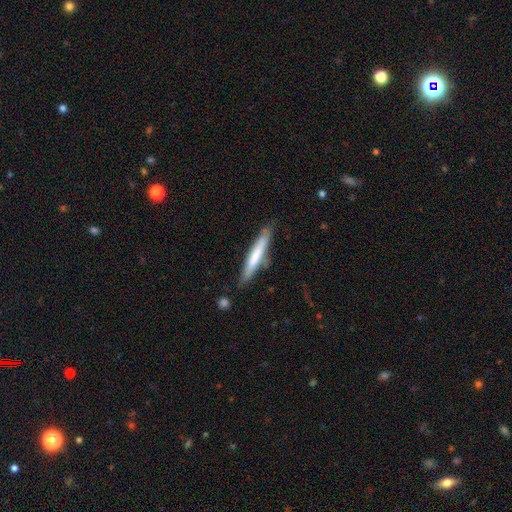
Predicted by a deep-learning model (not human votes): Smooth or featured? smooth (62%)
How rounded? cigar-shaped (94%)
Merging? none (79%)